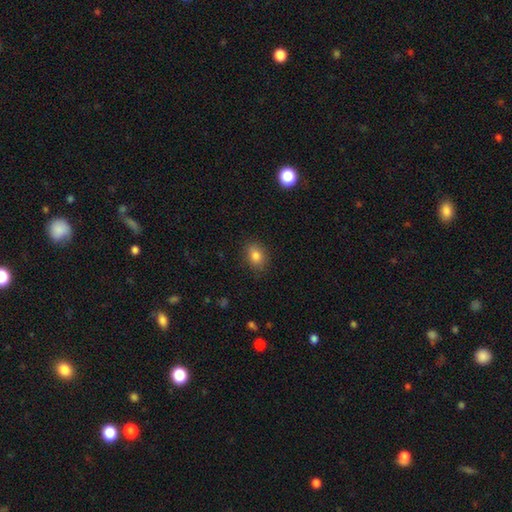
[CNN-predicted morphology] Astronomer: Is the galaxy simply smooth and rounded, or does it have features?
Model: smooth — 83%.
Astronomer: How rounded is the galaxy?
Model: in between — 66%.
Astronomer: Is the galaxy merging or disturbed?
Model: none — 85%.